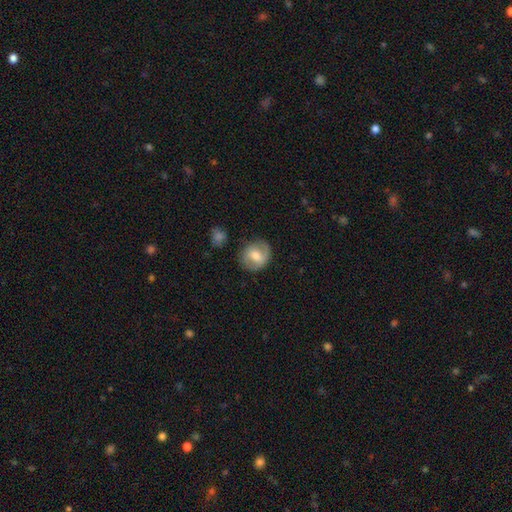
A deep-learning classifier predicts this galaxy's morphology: A featured or disk galaxy (47%). Merging: none (79%).